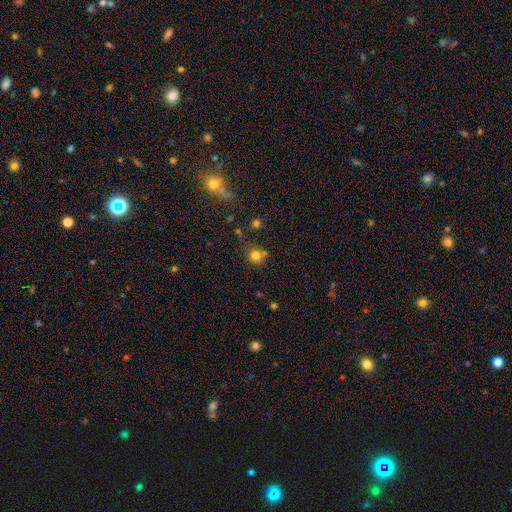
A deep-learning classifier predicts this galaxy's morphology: This is likely a smooth galaxy (77%). How rounded: clearly round (89%). Merging: likely none (65%).